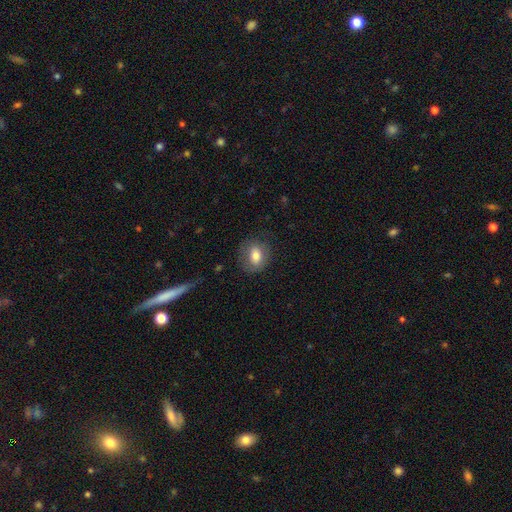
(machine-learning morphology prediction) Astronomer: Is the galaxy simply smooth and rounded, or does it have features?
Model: smooth — 73%.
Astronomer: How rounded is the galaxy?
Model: in between — 52% (runner-up: round, 47%).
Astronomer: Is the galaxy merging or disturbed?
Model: none — 73%.